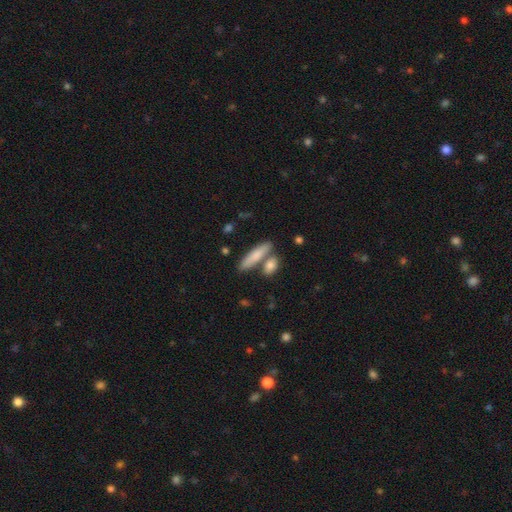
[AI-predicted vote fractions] smooth 77%, featured or disk 17%, star or artifact 6%. Down the decision tree: how rounded — cigar-shaped (65%); merging — none (63%).